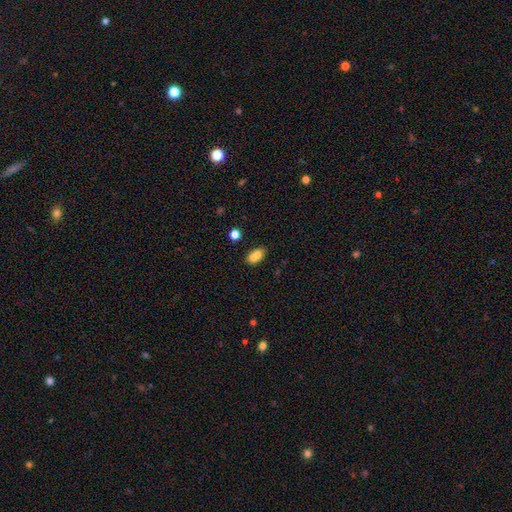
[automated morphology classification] Q: Smooth or featured?
A: smooth (70%); runner-up: featured or disk (20%)
Q: How rounded?
A: in between (60%); runner-up: round (38%)
Q: Merging?
A: merger (58%); runner-up: none (30%)